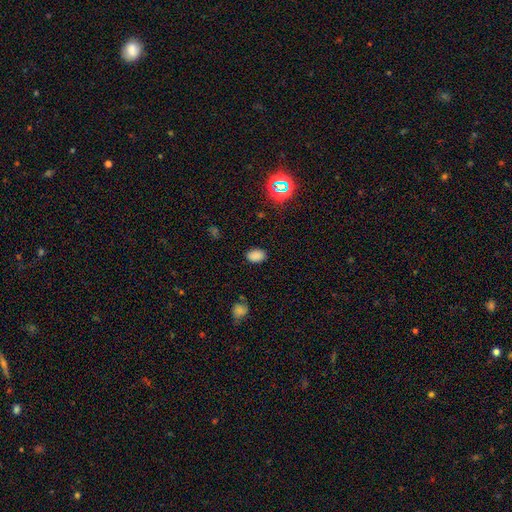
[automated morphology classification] smooth-or-featured: smooth: 83% | star or artifact: 13% | featured or disk: 4%
  how-rounded: in between: 85% | round: 14% | cigar-shaped: 1%
  merging: none: 86% | minor disturbance: 10% | major disturbance: 3% | merger: 1%